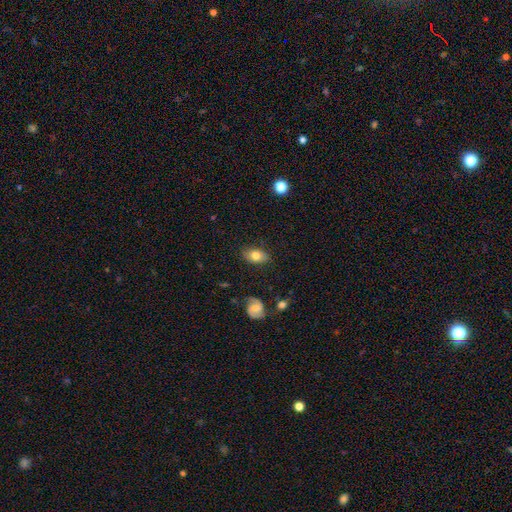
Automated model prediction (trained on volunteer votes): Smooth or featured?
  - smooth: 73% *
  - featured or disk: 20%
  - star or artifact: 8%
How rounded?
  - in between: 88% *
  - round: 10%
  - cigar-shaped: 2%
Merging?
  - none: 82% *
  - minor disturbance: 14%
  - major disturbance: 3%
  - merger: 2%